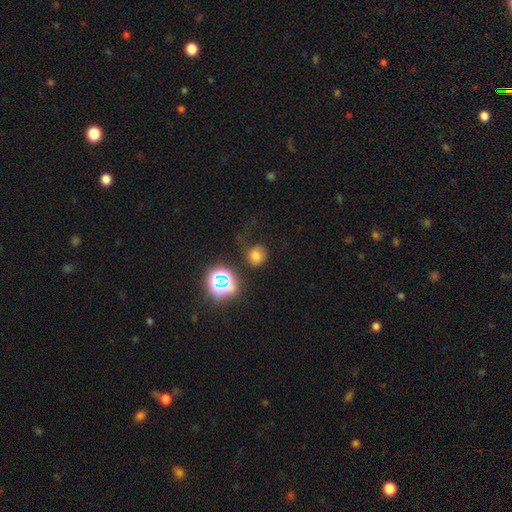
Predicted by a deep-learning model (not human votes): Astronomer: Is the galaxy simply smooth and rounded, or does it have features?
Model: smooth — 66%.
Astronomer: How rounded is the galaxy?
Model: round — 78%.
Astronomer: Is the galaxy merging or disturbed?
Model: none — 57%.